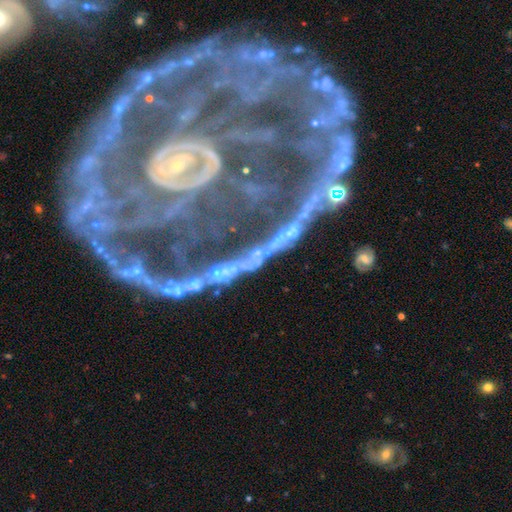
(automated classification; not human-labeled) The model was most divided on "smooth or featured": featured or disk: 44%, star or artifact: 34%, smooth: 22%. Remaining: merging — merger (49%).